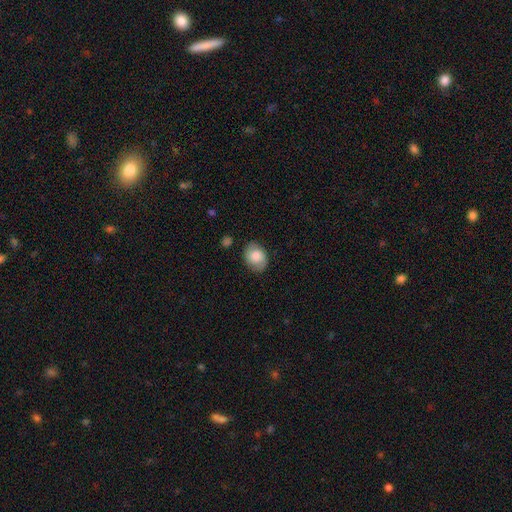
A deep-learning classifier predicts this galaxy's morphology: Smooth or featured? Predicted: smooth (p=0.72). How rounded? Predicted: in between (p=0.58). Merging? Predicted: none (p=0.79).